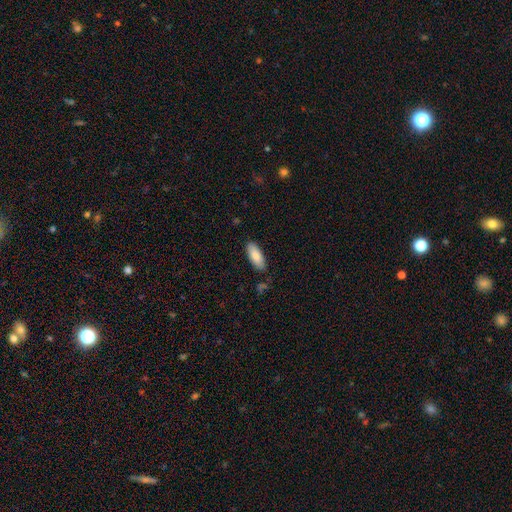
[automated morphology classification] Smooth or featured? smooth (82%)
How rounded? in between (80%)
Merging? none (83%)